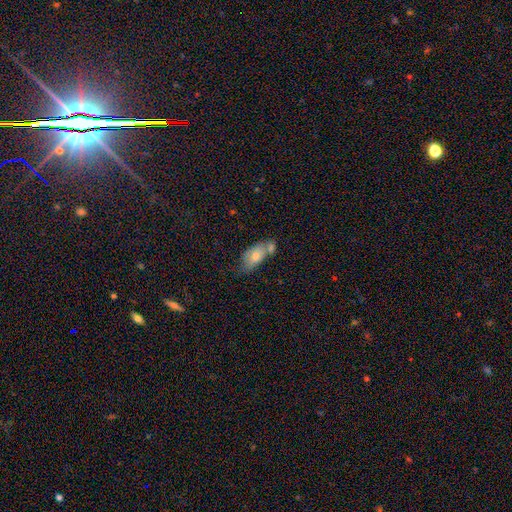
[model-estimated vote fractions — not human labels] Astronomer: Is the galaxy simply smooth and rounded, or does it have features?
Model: smooth — 69%.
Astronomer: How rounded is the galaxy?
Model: in between — 90%.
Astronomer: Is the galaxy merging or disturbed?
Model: merger — 38% (runner-up: none, 35%).